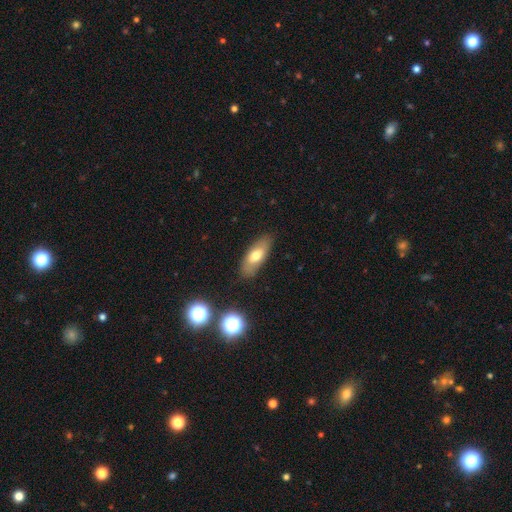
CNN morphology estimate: Q: Smooth or featured?
A: smooth (66%); runner-up: featured or disk (26%)
Q: How rounded?
A: in between (77%); runner-up: cigar-shaped (20%)
Q: Merging?
A: none (83%); runner-up: minor disturbance (13%)